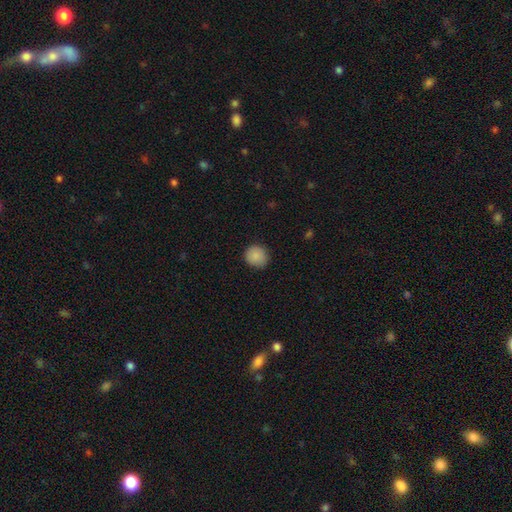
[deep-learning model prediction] smooth_or_featured: smooth (p=0.88) [alt: star or artifact p=0.08]
how_rounded: round (p=0.89) [alt: in between p=0.10]
merging: none (p=0.89) [alt: minor disturbance p=0.08]